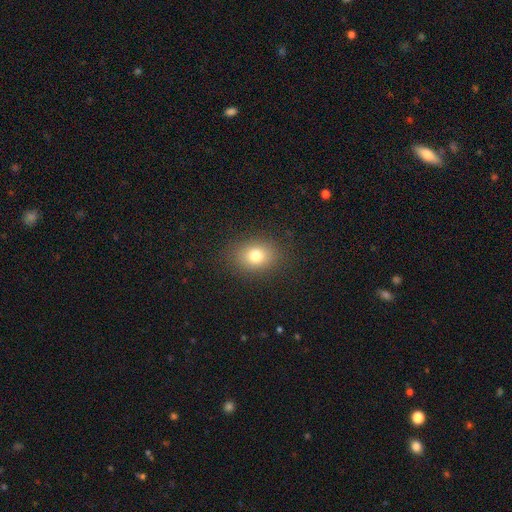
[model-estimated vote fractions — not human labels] Overall: smooth (78%). How rounded: in between (53%; round 46%). Merging: none (87%).